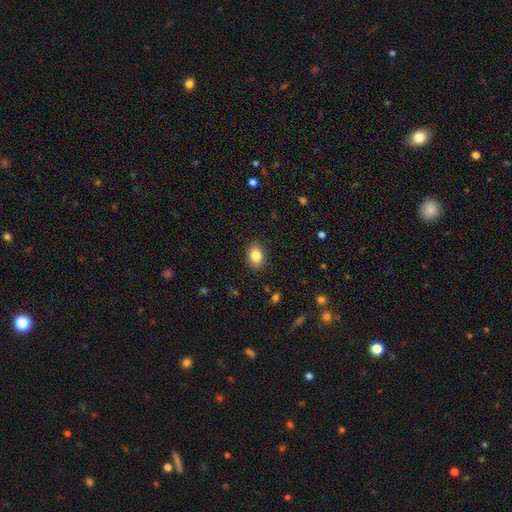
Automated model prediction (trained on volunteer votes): Smooth or featured? Predicted: smooth (p=0.85). How rounded? Predicted: in between (p=0.71). Merging? Predicted: none (p=0.88).